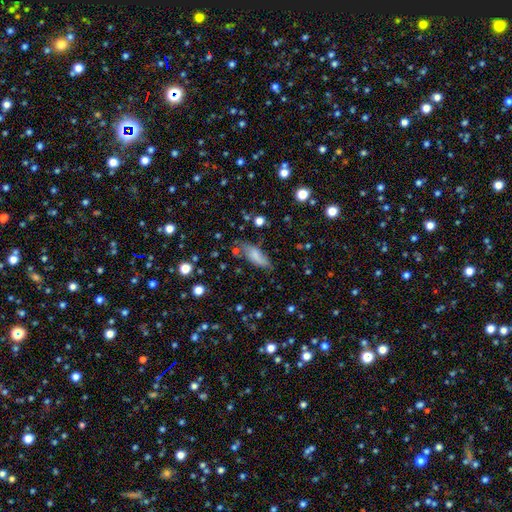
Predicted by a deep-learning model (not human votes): Smooth or featured? smooth (72%)
How rounded? in between (67%)
Merging? none (58%)